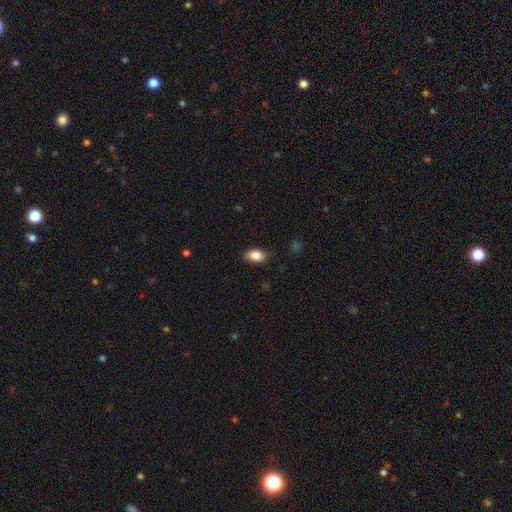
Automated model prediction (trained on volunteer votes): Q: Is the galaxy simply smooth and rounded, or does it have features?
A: smooth — 86%.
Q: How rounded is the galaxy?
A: in between — 88%.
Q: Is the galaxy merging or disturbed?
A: none — 82%.